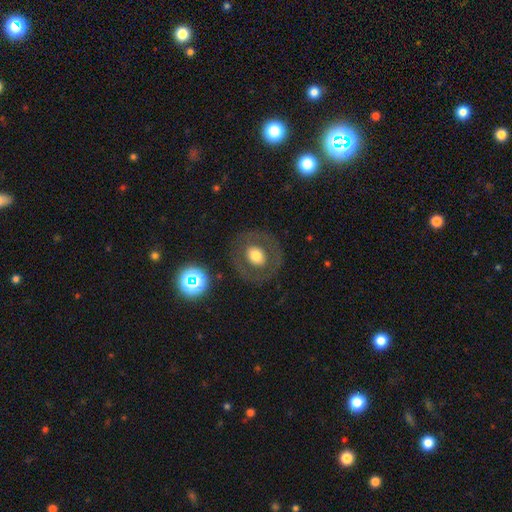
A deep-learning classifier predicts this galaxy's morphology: A smooth galaxy with no disk features (53%) that is round (74%). Merging: none (83%).